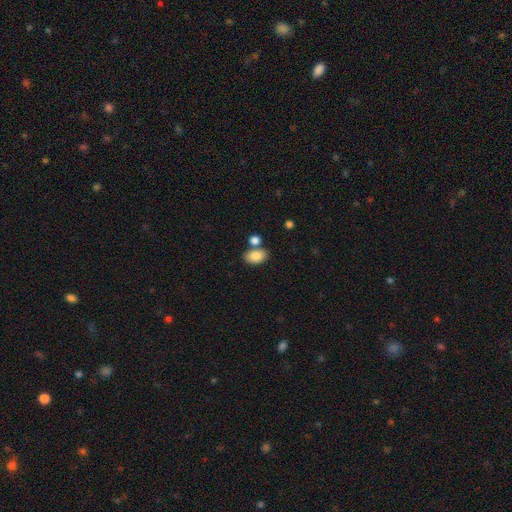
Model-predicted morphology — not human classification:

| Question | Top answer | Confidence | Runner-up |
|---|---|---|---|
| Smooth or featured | smooth | 84% | featured or disk (8%) |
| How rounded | in between | 86% | round (12%) |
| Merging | none | 64% | merger (22%) |